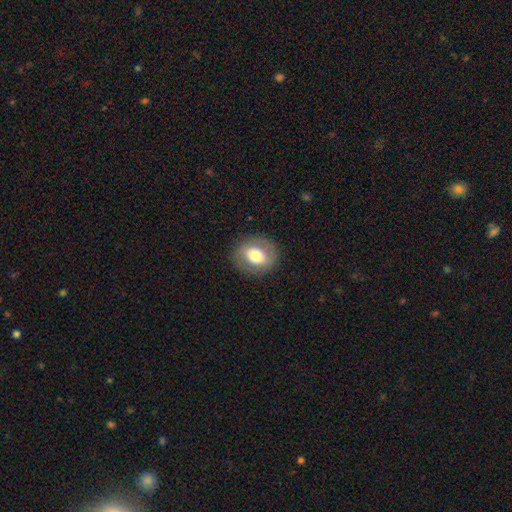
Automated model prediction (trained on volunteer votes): The model was most divided on "how rounded": round: 57%, in between: 41%, cigar-shaped: 1%. More confident: merging — none (85%); smooth or featured — smooth (61%).